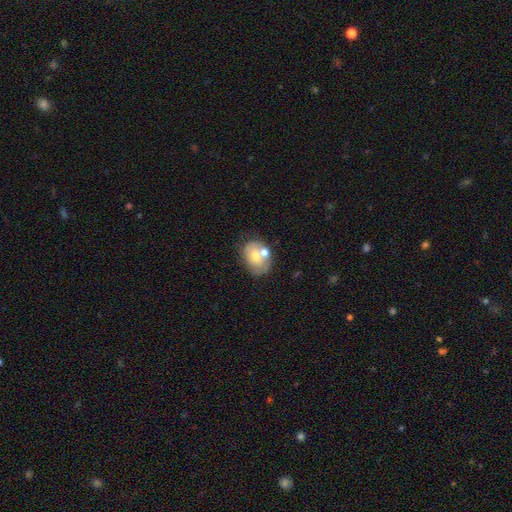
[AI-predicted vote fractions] Morphology: type=smooth (60%); roundness=in between (65%); merging=none (43%).